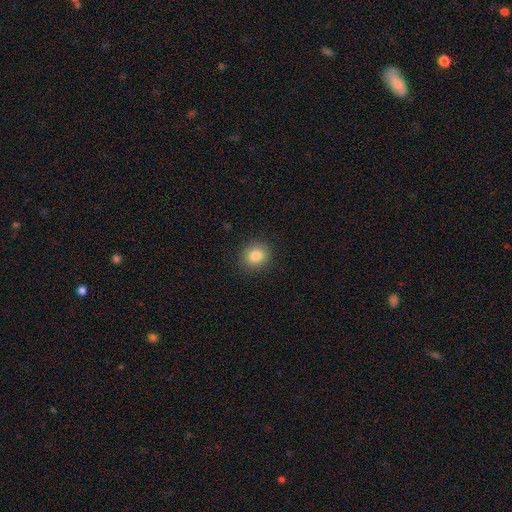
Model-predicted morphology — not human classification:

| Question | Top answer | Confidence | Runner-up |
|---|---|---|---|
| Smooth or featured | smooth | 82% | star or artifact (10%) |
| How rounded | round | 81% | in between (19%) |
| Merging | none | 90% | minor disturbance (7%) |